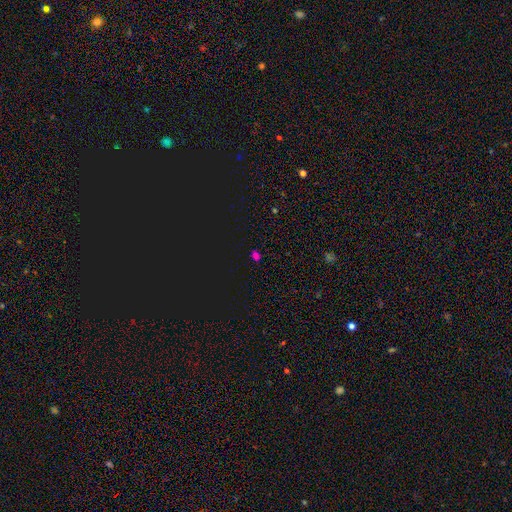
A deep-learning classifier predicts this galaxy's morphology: A star or artifact, not a galaxy (48%).

Vote fractions:
- Smooth or featured? star or artifact: 48% / smooth: 47% / featured or disk: 5%